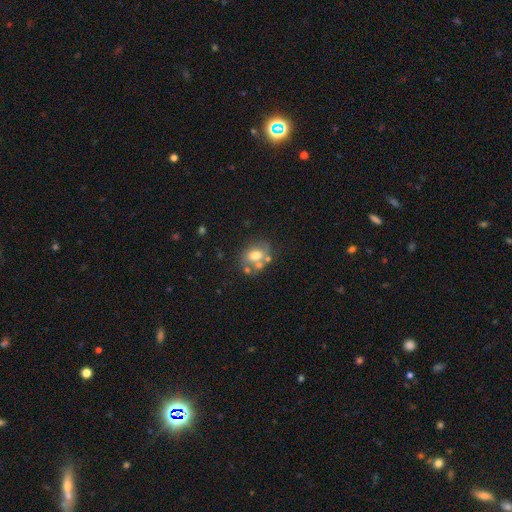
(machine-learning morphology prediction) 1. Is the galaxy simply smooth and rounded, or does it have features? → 60% smooth, 29% featured or disk, 11% star or artifact.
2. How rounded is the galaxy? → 58% in between, 41% round, 1% cigar-shaped.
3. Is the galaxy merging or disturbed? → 51% none, 24% merger, 17% minor disturbance, 7% major disturbance.